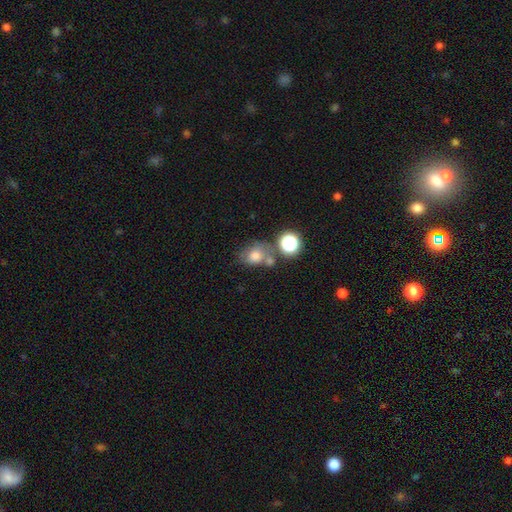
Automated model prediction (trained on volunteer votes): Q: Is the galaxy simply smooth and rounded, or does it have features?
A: smooth — 72%.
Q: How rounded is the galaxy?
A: in between — 50%.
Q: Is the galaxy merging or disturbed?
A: none — 45%.